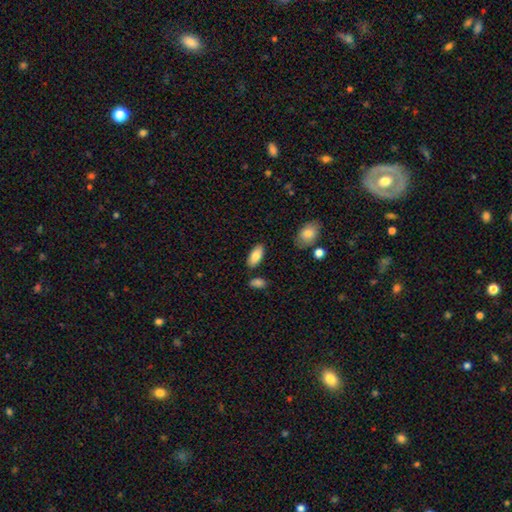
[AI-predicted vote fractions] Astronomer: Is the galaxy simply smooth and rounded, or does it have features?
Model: smooth — 84%.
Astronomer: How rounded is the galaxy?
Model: in between — 90%.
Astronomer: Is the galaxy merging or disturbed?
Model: none — 84%.